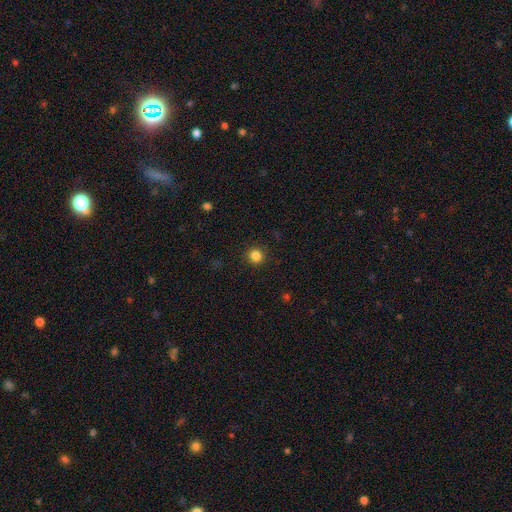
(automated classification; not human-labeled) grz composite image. It shows a smooth galaxy with no disk features (84%) that is round (91%). Merging: none (91%).